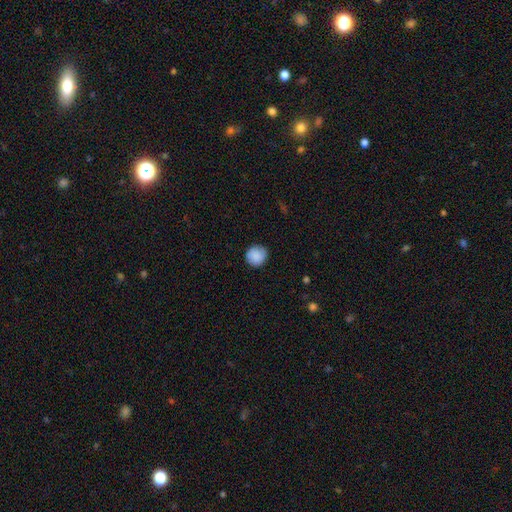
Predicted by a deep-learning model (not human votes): Q: Smooth or featured?
A: smooth (85%); runner-up: featured or disk (7%)
Q: How rounded?
A: round (91%); runner-up: in between (8%)
Q: Merging?
A: none (86%); runner-up: minor disturbance (11%)